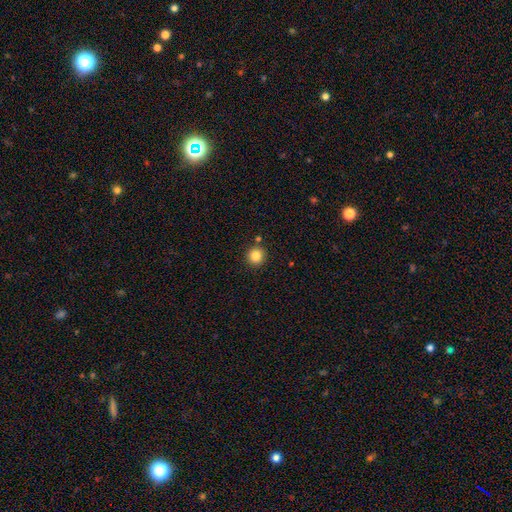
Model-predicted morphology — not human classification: This is clearly a smooth galaxy (85%). How rounded: clearly round (93%). Merging: clearly none (87%).